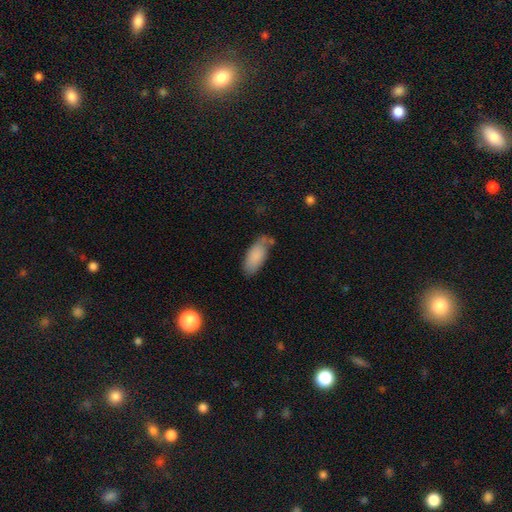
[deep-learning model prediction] Morphology: type=smooth (85%); roundness=in between (88%); merging=none (59%).